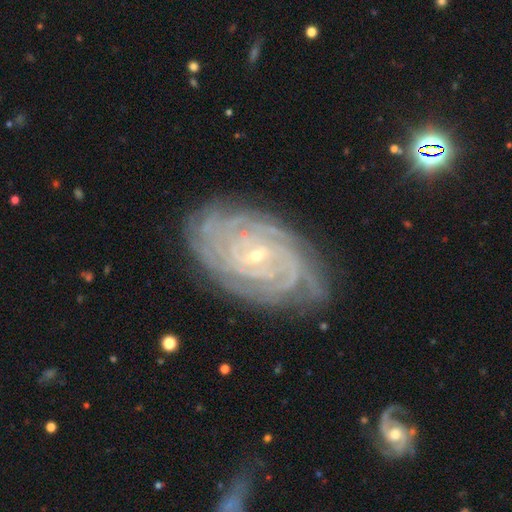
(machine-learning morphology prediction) Smooth or featured? featured or disk (89%)
Edge-on disk? no (96%)
Bar? no (46%)
Spiral arms? yes (98%)
Spiral winding? tight (86%)
Spiral arm count? 4 (23%, tied with can't tell)
Bulge size? small (82%)
Merging? none (79%)